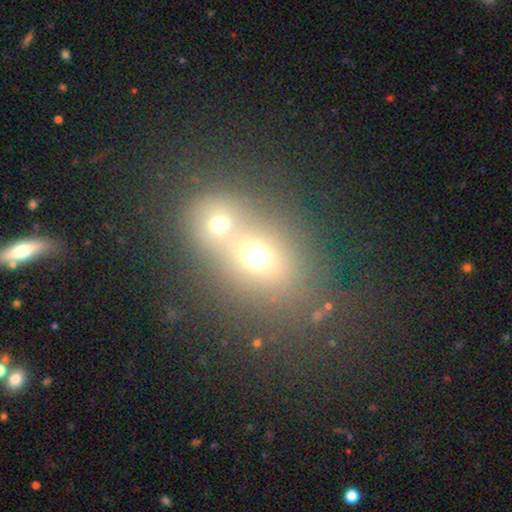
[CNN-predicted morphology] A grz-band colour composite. It shows a smooth galaxy with no disk features (62%) that is in between round and cigar-shaped (50%). Merging: merger (67%).